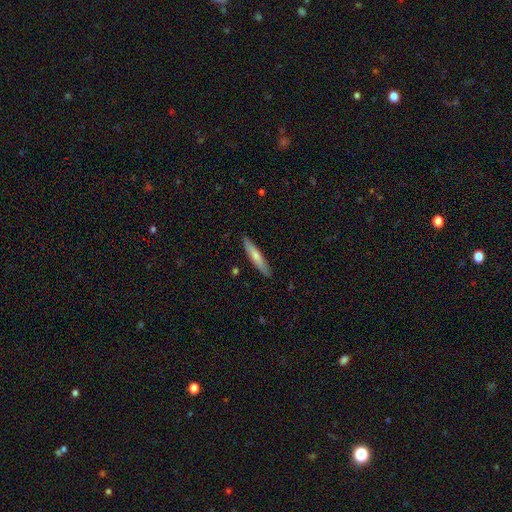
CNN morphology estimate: Overall: smooth (66%; featured or disk 29%). How rounded: cigar-shaped (88%). Merging: none (87%).